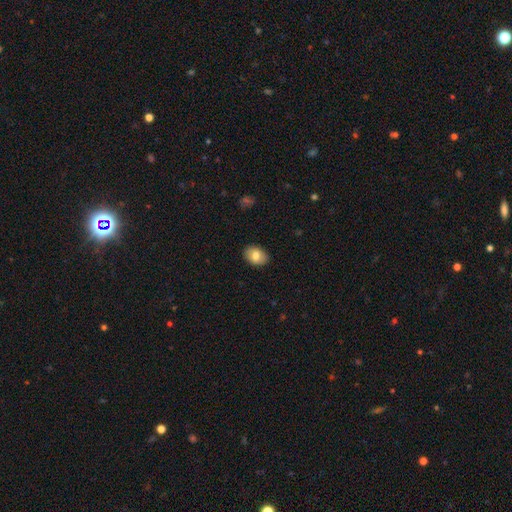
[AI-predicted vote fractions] smooth_or_featured: smooth (p=0.80) [alt: featured or disk p=0.12]
how_rounded: in between (p=0.76) [alt: round p=0.23]
merging: none (p=0.88) [alt: minor disturbance p=0.09]